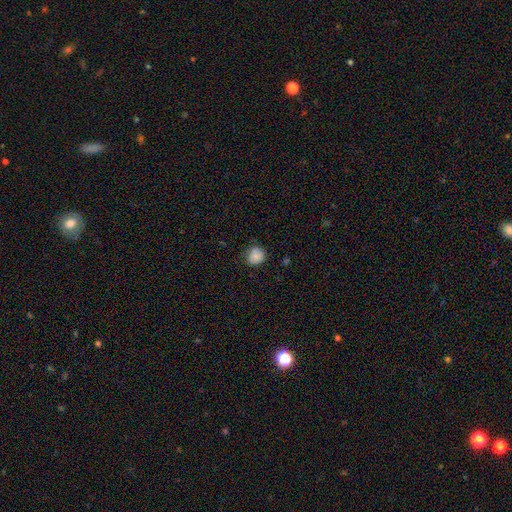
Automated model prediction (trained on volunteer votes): A smooth galaxy with no disk features (84%) that is round (80%). Merging: none (69%).